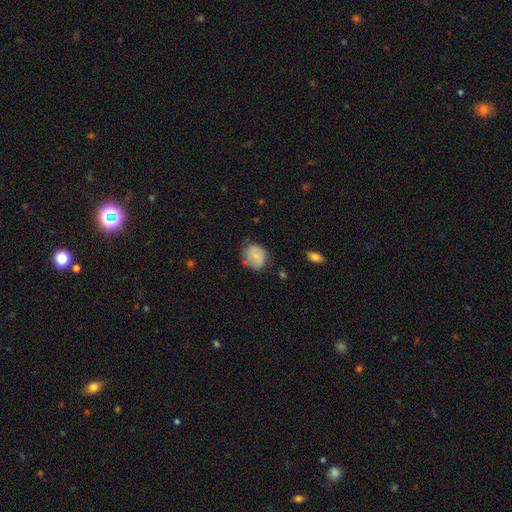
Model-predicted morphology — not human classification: A smooth galaxy with no disk features (68%) that is round (70%).

Vote fractions:
- Smooth or featured? smooth: 68% / featured or disk: 24% / star or artifact: 8%
- How rounded? round: 70% / in between: 29% / cigar-shaped: 1%
- Merging? none: 63% / minor disturbance: 27% / major disturbance: 8% / merger: 2%